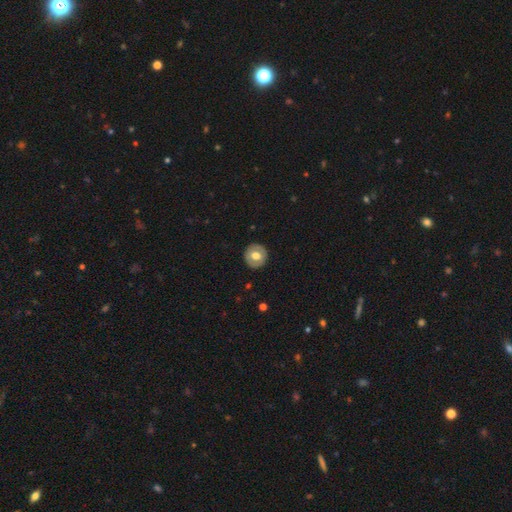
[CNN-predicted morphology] Overall: smooth (56%; featured or disk 37%). How rounded: round (88%). Merging: none (88%).